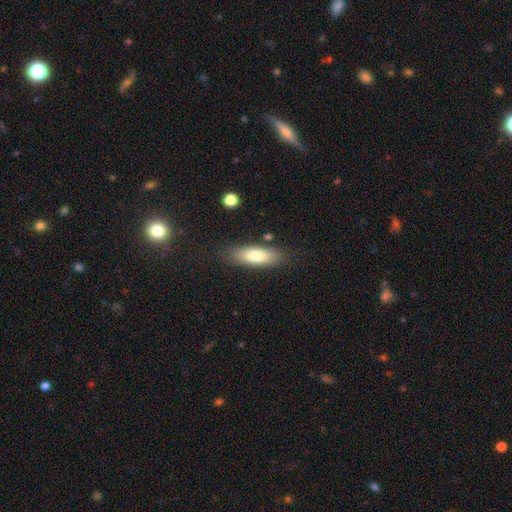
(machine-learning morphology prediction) smooth_or_featured: smooth (p=0.76) [alt: featured or disk p=0.17]
how_rounded: in between (p=0.63) [alt: cigar-shaped p=0.35]
merging: none (p=0.81) [alt: minor disturbance p=0.13]